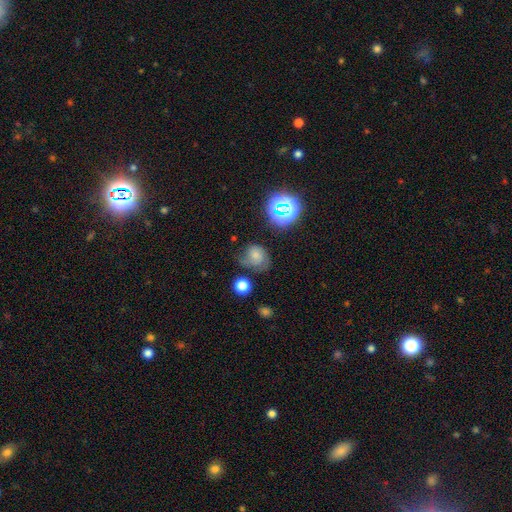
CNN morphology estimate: smooth-or-featured: smooth: 50% | featured or disk: 31% | star or artifact: 19%
  how-rounded: round: 59% | in between: 40% | cigar-shaped: 1%
  merging: none: 41% | minor disturbance: 31% | major disturbance: 23% | merger: 5%